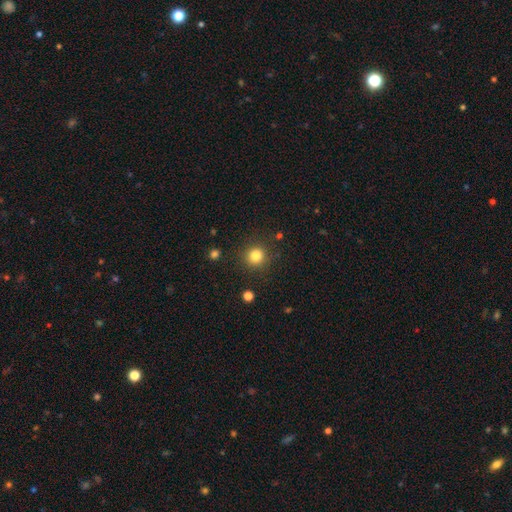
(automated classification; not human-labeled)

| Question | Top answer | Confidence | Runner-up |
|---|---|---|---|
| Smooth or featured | smooth | 82% | star or artifact (13%) |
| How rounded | round | 93% | in between (6%) |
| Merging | none | 89% | minor disturbance (7%) |